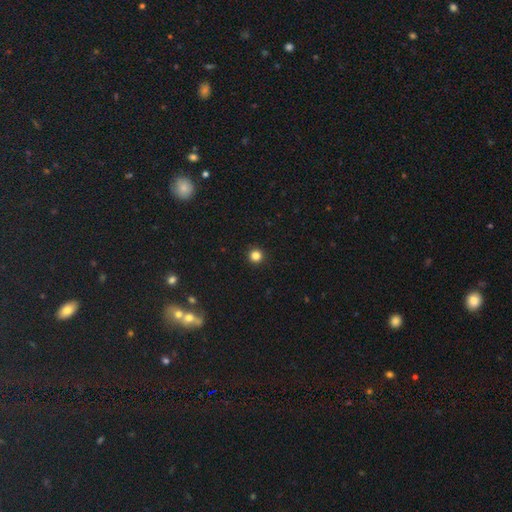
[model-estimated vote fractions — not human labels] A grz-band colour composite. It shows a smooth galaxy with no disk features (84%) that is round (96%). Merging: none (94%).